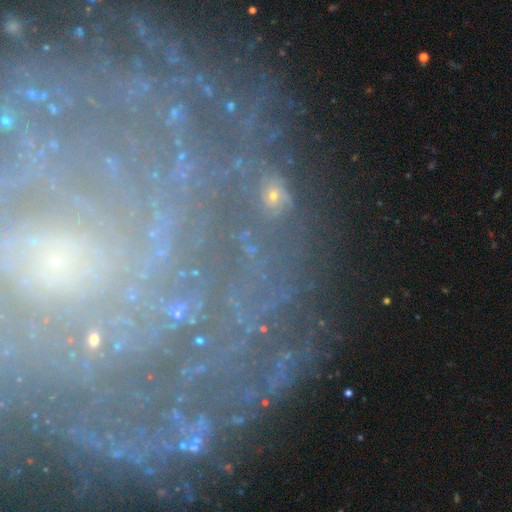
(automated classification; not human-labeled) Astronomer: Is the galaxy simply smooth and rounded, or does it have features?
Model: star or artifact — 46% (runner-up: featured or disk, 38%).